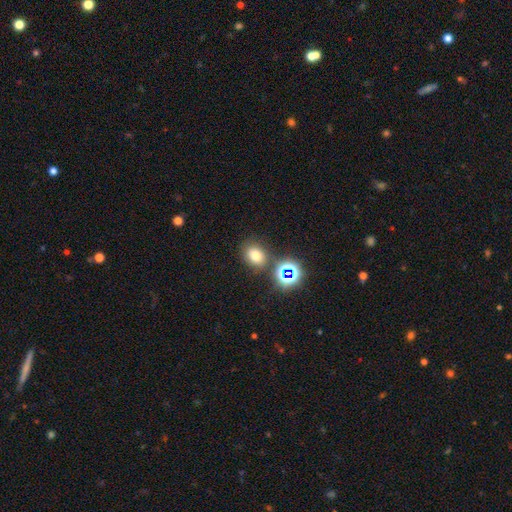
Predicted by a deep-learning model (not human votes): Morphology: type=smooth (68%); roundness=round (55%); merging=none (75%).